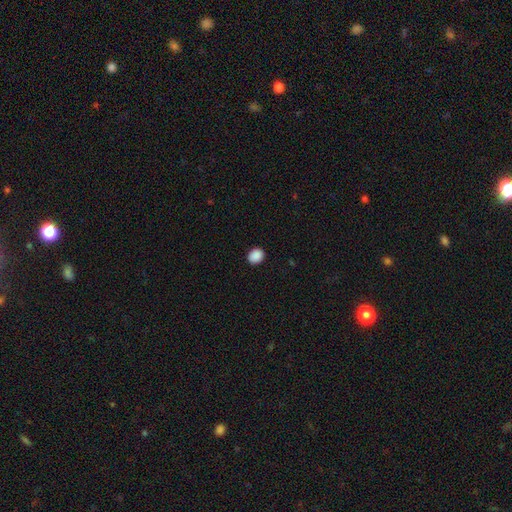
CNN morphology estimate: Q: Smooth or featured?
A: smooth (89%); runner-up: star or artifact (8%)
Q: How rounded?
A: round (58%); runner-up: in between (41%)
Q: Merging?
A: none (90%); runner-up: minor disturbance (7%)